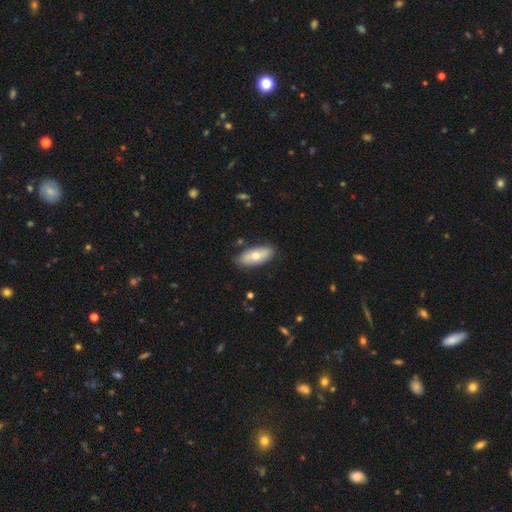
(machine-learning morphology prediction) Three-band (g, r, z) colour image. It shows a smooth galaxy with no disk features (64%) that is in between round and cigar-shaped (83%). Merging: none (83%).